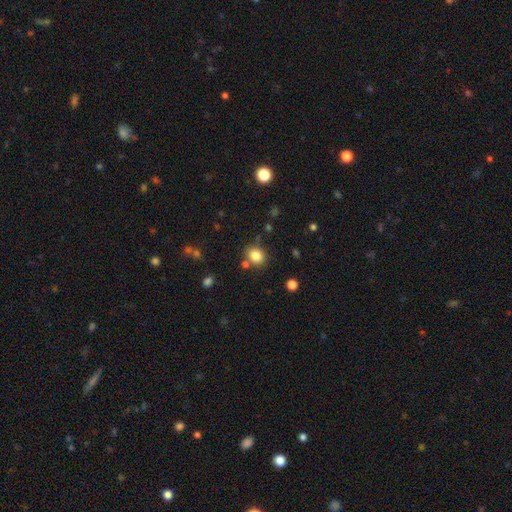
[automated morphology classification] smooth_or_featured: smooth (p=0.82) [alt: star or artifact p=0.11]
how_rounded: round (p=0.67) [alt: in between p=0.32]
merging: none (p=0.76) [alt: minor disturbance p=0.12]